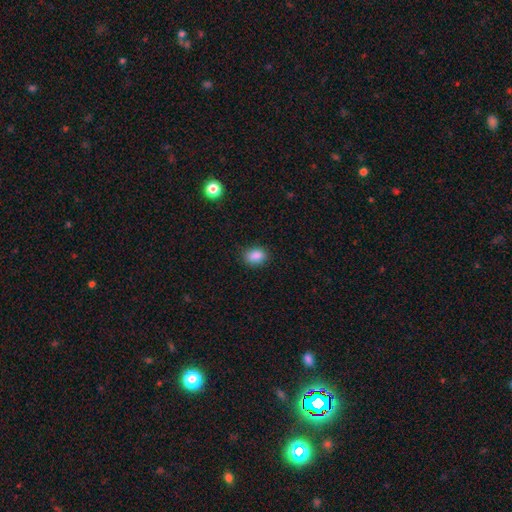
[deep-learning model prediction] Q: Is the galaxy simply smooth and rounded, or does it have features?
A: smooth — 87%.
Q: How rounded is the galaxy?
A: in between — 69%.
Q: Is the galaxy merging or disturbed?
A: none — 84%.